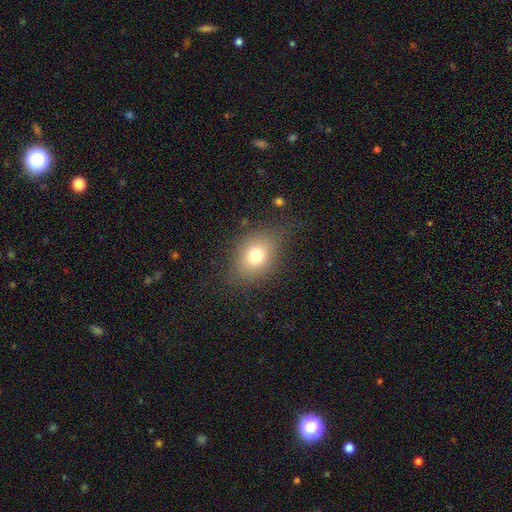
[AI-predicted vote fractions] Smooth or featured? Predicted: smooth (p=0.74). How rounded? Predicted: in between (p=0.59). Merging? Predicted: none (p=0.72).